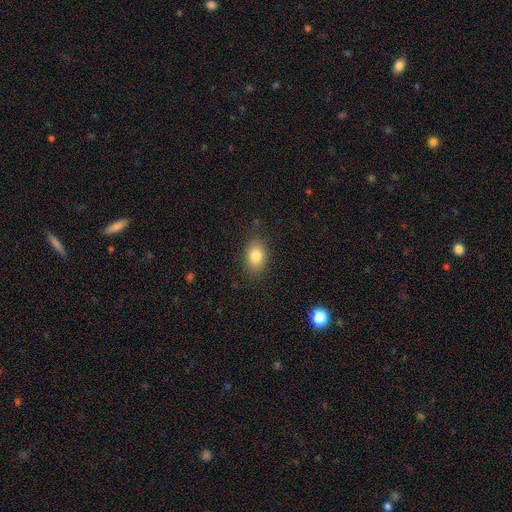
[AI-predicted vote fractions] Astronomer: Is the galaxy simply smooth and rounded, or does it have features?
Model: smooth — 83%.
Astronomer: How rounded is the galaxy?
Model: in between — 79%.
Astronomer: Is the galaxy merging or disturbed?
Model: none — 85%.